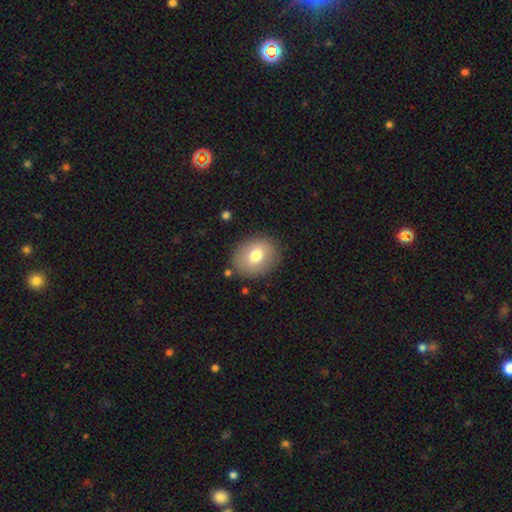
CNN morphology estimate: Smooth or featured: smooth — 75% (featured or disk — 17%)
How rounded: round — 51% (in between — 48%)
Merging: none — 85% (minor disturbance — 10%)